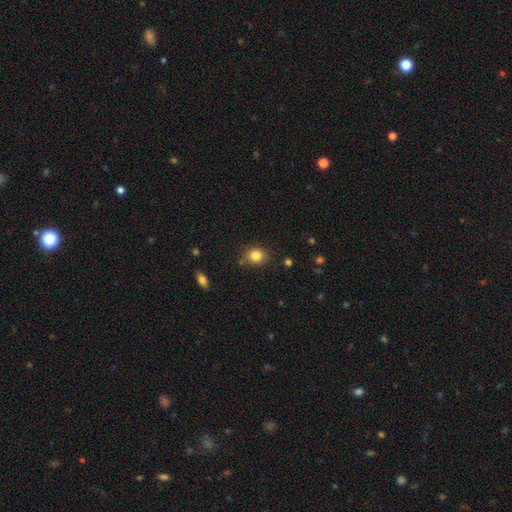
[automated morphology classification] Smooth or featured?
  - smooth: 84% *
  - star or artifact: 10%
  - featured or disk: 6%
How rounded?
  - round: 65% *
  - in between: 34%
  - cigar-shaped: 1%
Merging?
  - none: 82% *
  - minor disturbance: 11%
  - merger: 4%
  - major disturbance: 3%